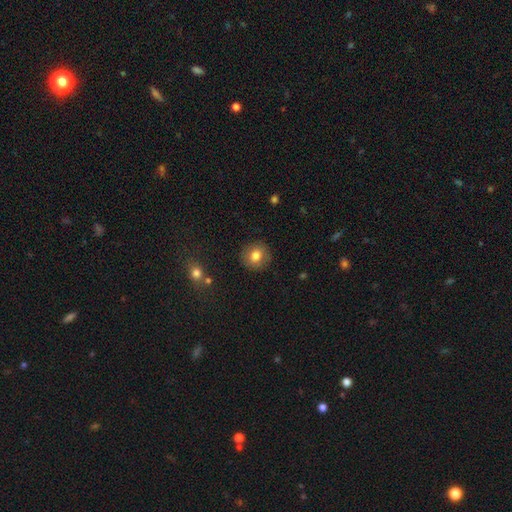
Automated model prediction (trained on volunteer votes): A smooth galaxy with no disk features (78%) that is round (88%). Merging: none (88%).